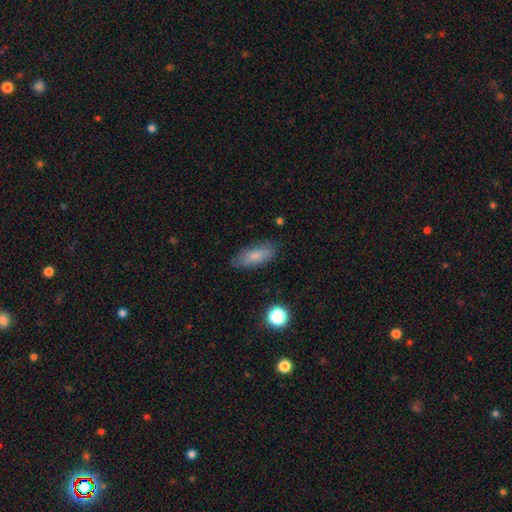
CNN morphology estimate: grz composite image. It shows a smooth galaxy with no disk features (79%) that is in between round and cigar-shaped (74%). Merging: none (81%).